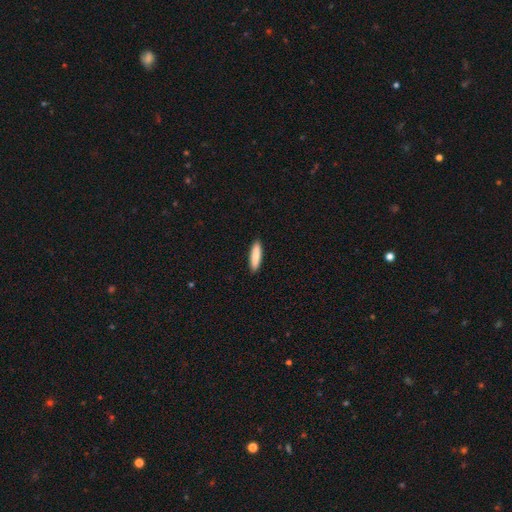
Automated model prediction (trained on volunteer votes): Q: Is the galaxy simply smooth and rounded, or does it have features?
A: smooth — 86%.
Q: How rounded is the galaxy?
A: cigar-shaped — 73%.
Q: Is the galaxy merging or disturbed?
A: none — 91%.